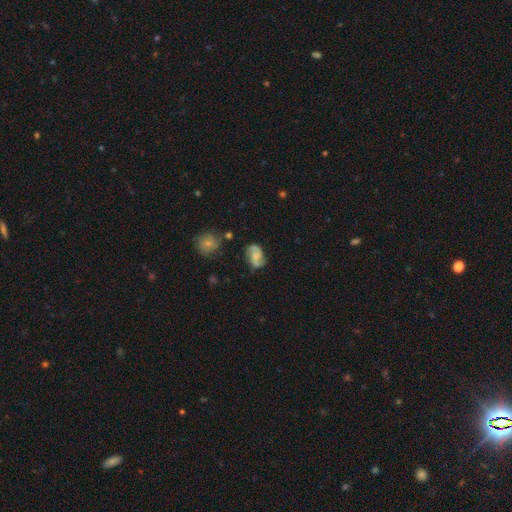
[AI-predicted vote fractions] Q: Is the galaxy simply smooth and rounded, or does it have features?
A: featured or disk — 63%.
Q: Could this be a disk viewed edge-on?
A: no — 97%.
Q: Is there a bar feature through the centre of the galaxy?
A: no — 53%.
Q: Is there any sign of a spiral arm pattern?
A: yes — 92%.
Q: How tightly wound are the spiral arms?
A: loose — 46%.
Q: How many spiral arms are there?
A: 2 — 88%.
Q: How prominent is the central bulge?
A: none — 45%.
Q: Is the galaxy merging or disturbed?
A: none — 67%.